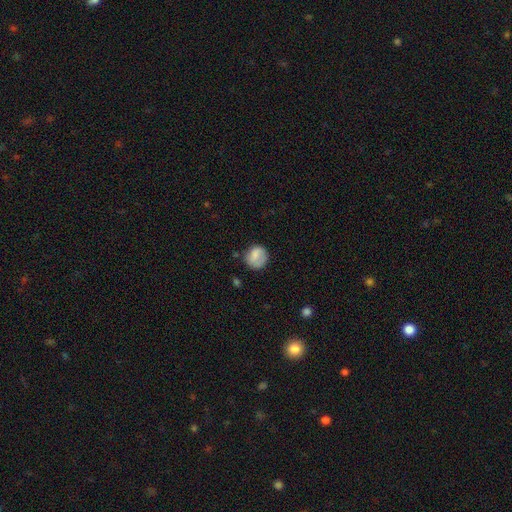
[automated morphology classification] smooth 79%, featured or disk 13%, star or artifact 8%. Down the decision tree: how rounded — round (81%); merging — none (65%).